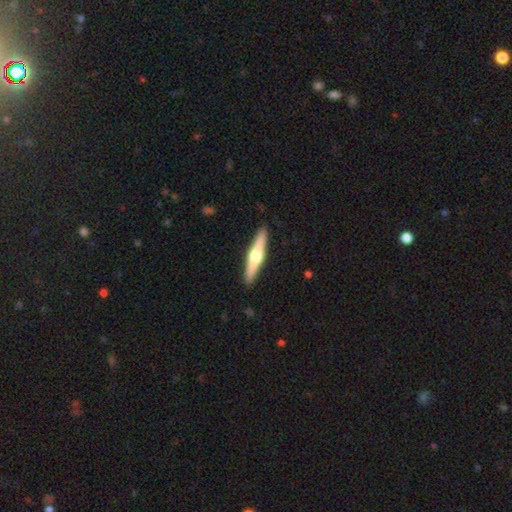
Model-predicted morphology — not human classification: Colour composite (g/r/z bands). It shows a featured or disk galaxy (62%) viewed edge-on (97%) with a rounded central bulge (93%). Merging: none (91%).